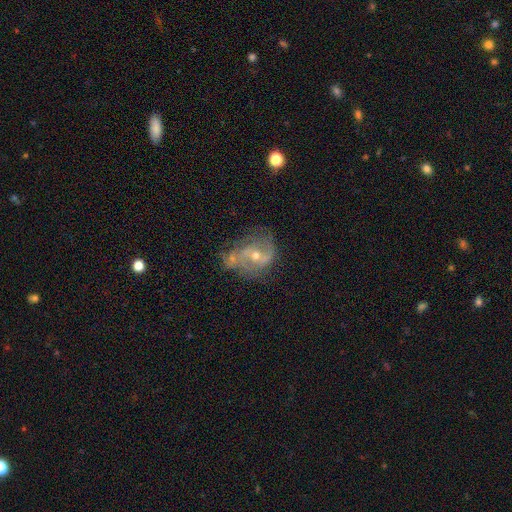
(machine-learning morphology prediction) Smooth or featured: featured or disk — 77% (smooth — 13%)
Edge-on disk: no — 97% (yes — 3%)
Bar: no — 50% (weak — 37%)
Spiral arms: yes — 82% (no — 18%)
Spiral winding: medium — 44% (loose — 35%)
Spiral arm count: 2 — 67% (can't tell — 18%)
Bulge size: small — 50% (moderate — 46%)
Merging: none — 47% (minor disturbance — 24%)